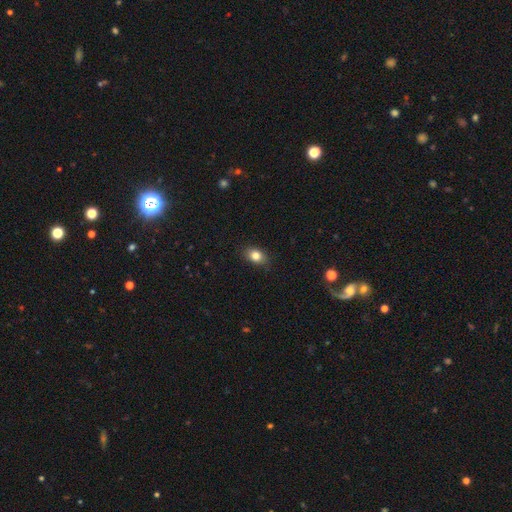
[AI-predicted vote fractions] The model was most divided on "how rounded": in between: 72%, round: 26%, cigar-shaped: 2%. More confident: merging — none (85%); smooth or featured — smooth (82%).